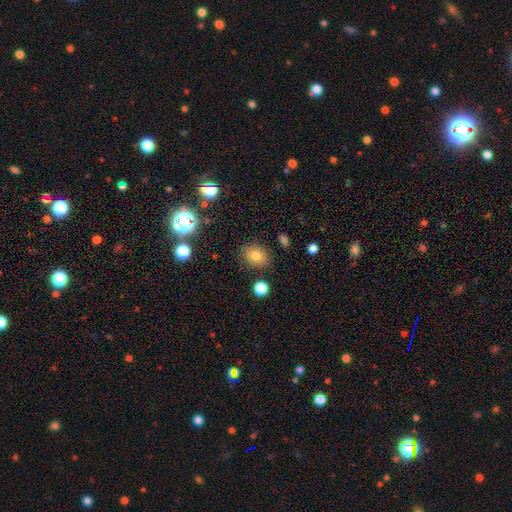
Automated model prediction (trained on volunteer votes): Q: Smooth or featured?
A: smooth (78%); runner-up: star or artifact (13%)
Q: How rounded?
A: in between (59%); runner-up: round (40%)
Q: Merging?
A: none (85%); runner-up: minor disturbance (10%)